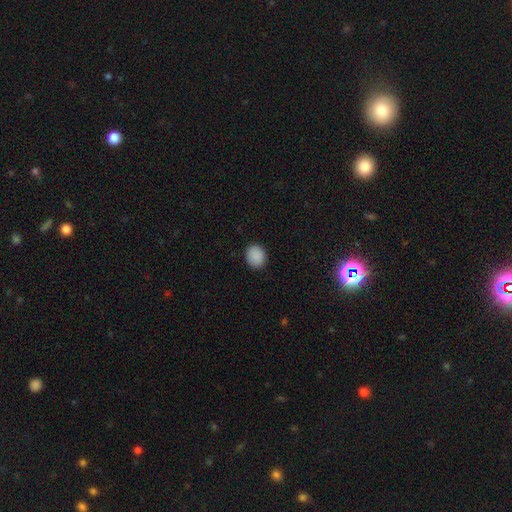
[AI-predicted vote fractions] Q: Smooth or featured?
A: smooth (89%); runner-up: star or artifact (8%)
Q: How rounded?
A: round (69%); runner-up: in between (30%)
Q: Merging?
A: none (89%); runner-up: minor disturbance (8%)